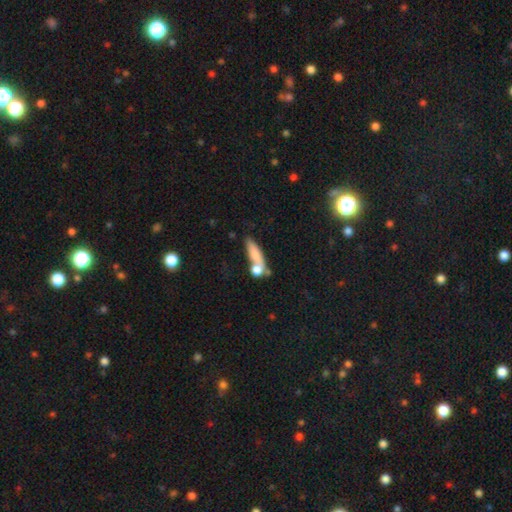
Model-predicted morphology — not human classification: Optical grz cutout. It shows a smooth galaxy with no disk features (72%) that is cigar-shaped (50%). Merging: none (38%).